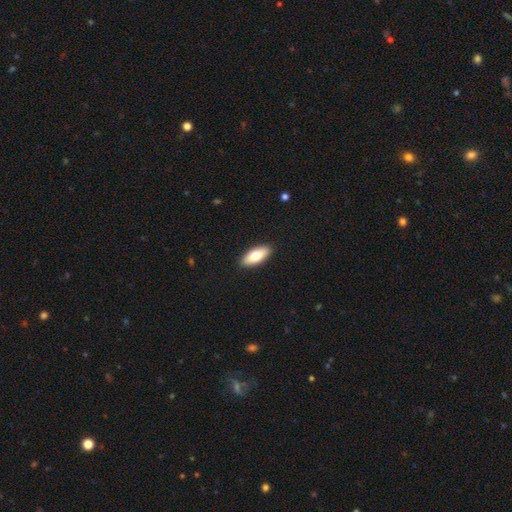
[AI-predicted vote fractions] smooth_or_featured: smooth (p=0.74) [alt: featured or disk p=0.20]
how_rounded: in between (p=0.81) [alt: cigar-shaped p=0.16]
merging: none (p=0.91) [alt: minor disturbance p=0.07]